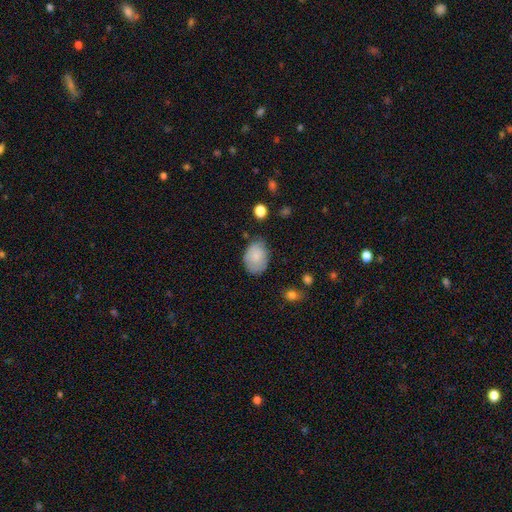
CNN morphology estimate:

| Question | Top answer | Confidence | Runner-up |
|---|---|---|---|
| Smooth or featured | smooth | 77% | featured or disk (16%) |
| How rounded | in between | 75% | round (24%) |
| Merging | none | 66% | minor disturbance (26%) |